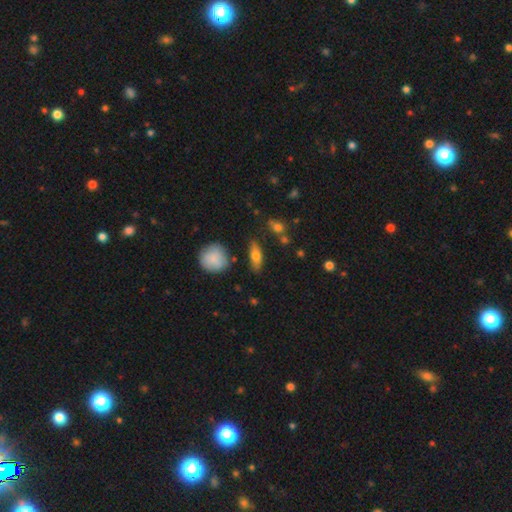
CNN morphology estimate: Q: Smooth or featured?
A: smooth (65%); runner-up: featured or disk (27%)
Q: How rounded?
A: in between (65%); runner-up: cigar-shaped (29%)
Q: Merging?
A: none (79%); runner-up: minor disturbance (14%)